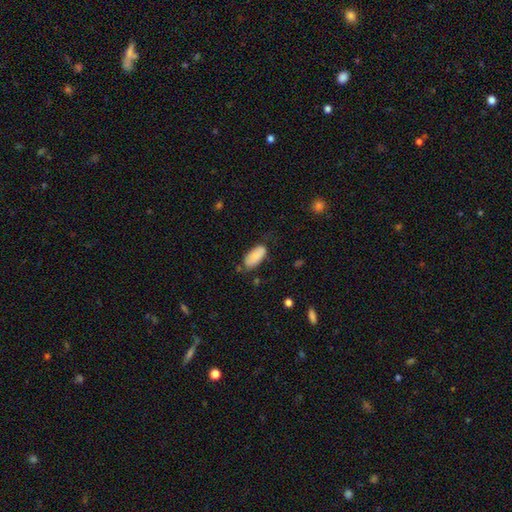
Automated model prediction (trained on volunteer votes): The model was most divided on "merging": none: 65%, minor disturbance: 26%, major disturbance: 6%, merger: 3%. More confident: how rounded — in between (90%); smooth or featured — smooth (86%).